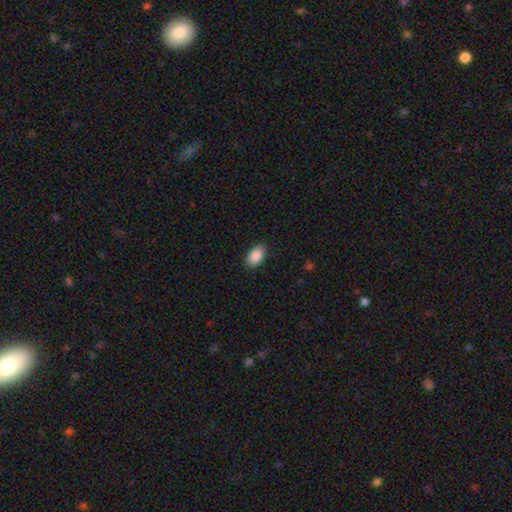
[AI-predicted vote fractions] A smooth galaxy with no disk features (90%) that is in between round and cigar-shaped (93%). Merging: none (89%).